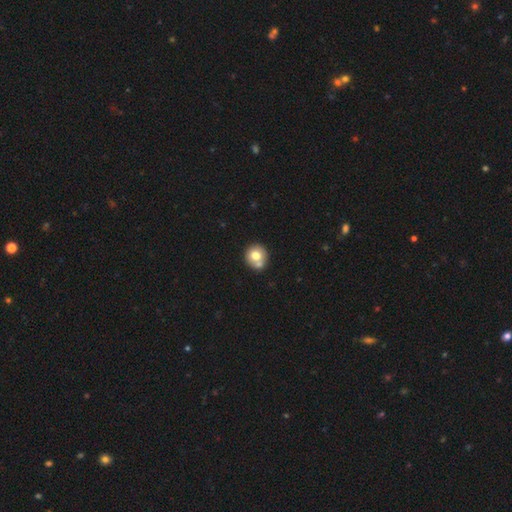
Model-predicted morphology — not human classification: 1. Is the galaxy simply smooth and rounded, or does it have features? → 72% smooth, 18% featured or disk, 10% star or artifact.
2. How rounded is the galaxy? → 88% round, 11% in between, 1% cigar-shaped.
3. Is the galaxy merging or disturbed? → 60% none, 26% merger, 11% minor disturbance, 3% major disturbance.